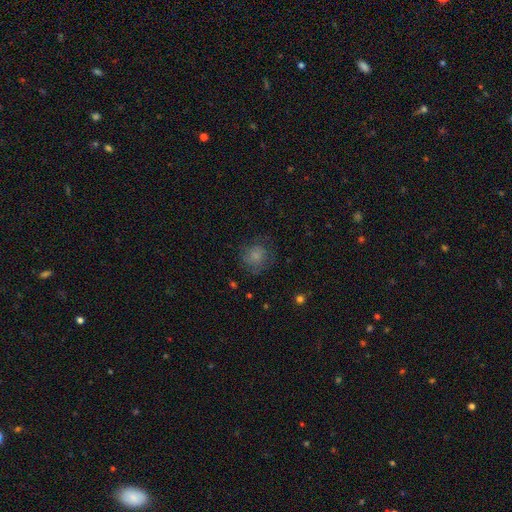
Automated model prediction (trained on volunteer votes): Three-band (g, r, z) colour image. It shows a smooth galaxy with no disk features (73%) that is round (83%). Merging: none (64%).